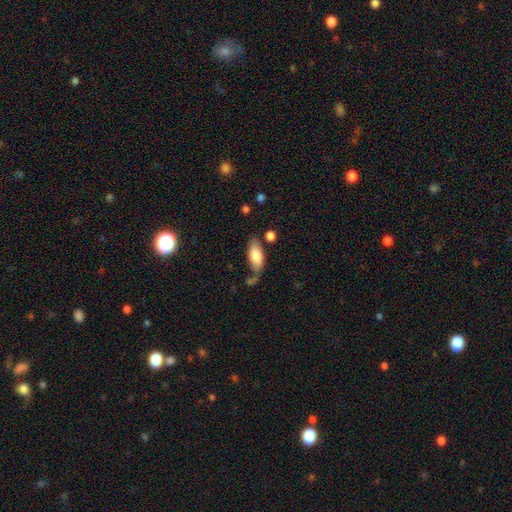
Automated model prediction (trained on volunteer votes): Smooth or featured? smooth (81%)
How rounded? in between (88%)
Merging? none (57%)